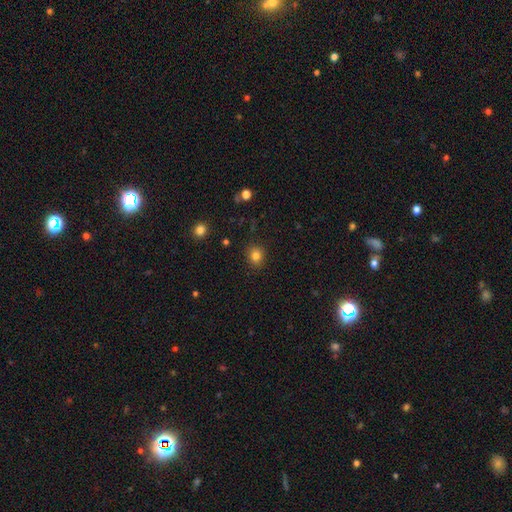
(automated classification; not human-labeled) Smooth or featured?
  - smooth: 82% *
  - star or artifact: 12%
  - featured or disk: 6%
How rounded?
  - round: 77% *
  - in between: 22%
  - cigar-shaped: 1%
Merging?
  - none: 88% *
  - minor disturbance: 8%
  - major disturbance: 2%
  - merger: 1%